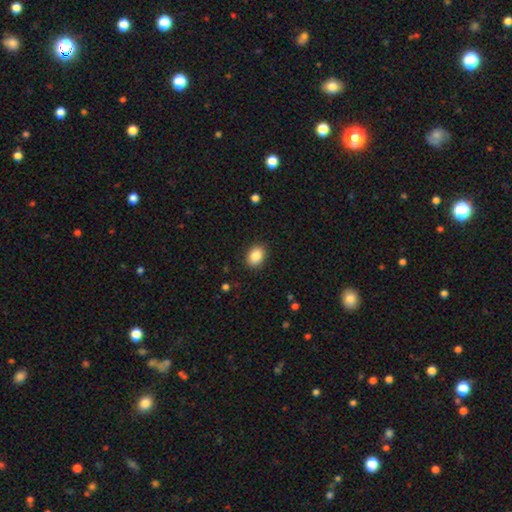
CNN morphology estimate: A smooth galaxy with no disk features (87%) that is in between round and cigar-shaped (72%).

Vote fractions:
- Smooth or featured? smooth: 87% / star or artifact: 8% / featured or disk: 5%
- How rounded? in between: 72% / round: 27% / cigar-shaped: 1%
- Merging? none: 89% / minor disturbance: 8% / major disturbance: 2% / merger: 1%